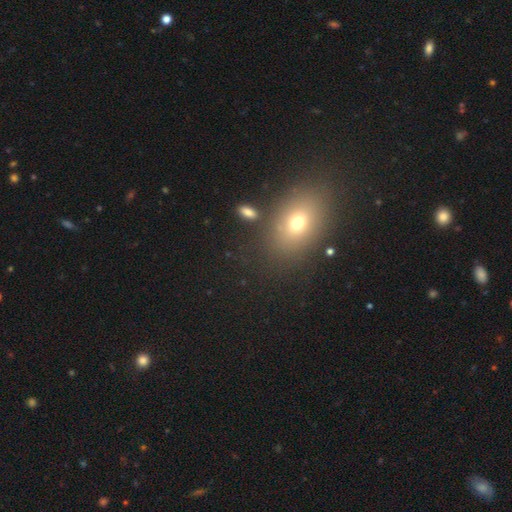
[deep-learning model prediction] This appears to be a smooth galaxy with no disk features (63%) that is in between round and cigar-shaped (69%). Merging: none (86%).